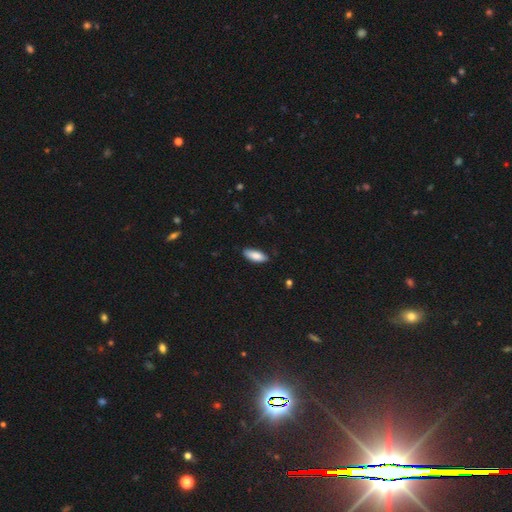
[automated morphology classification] smooth 85%, featured or disk 9%, star or artifact 6%. Down the decision tree: how rounded — in between (76%); merging — none (82%).